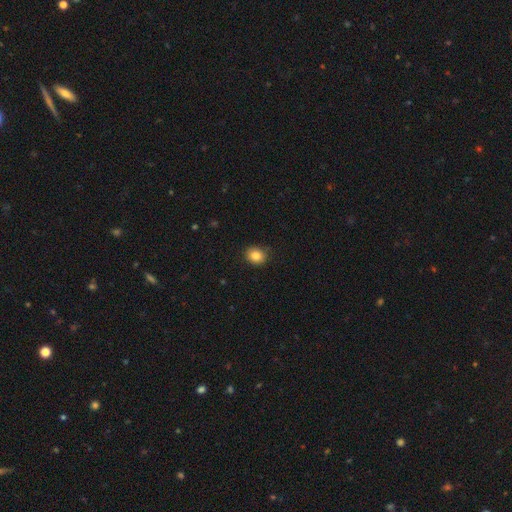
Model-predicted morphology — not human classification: Smooth or featured: smooth — 85% (star or artifact — 10%)
How rounded: round — 68% (in between — 31%)
Merging: none — 86% (minor disturbance — 11%)